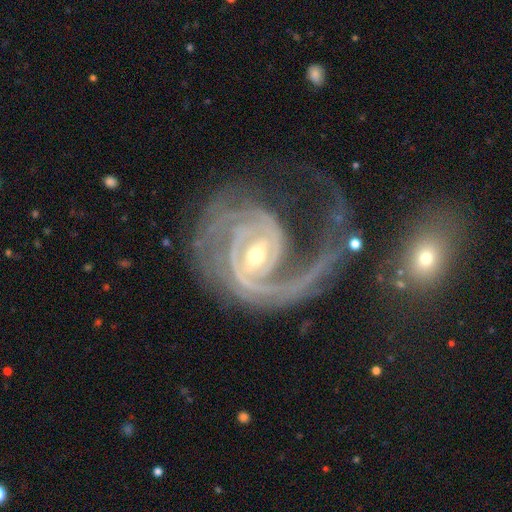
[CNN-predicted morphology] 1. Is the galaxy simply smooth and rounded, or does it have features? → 92% featured or disk, 5% star or artifact, 3% smooth.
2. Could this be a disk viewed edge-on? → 98% no, 2% yes.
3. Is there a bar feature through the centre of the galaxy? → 44% weak, 33% strong, 23% no.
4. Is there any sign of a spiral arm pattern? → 98% yes, 2% no.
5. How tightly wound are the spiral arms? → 50% tight, 39% medium, 11% loose.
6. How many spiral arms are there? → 52% 2, 15% 3, 12% 1, 11% can't tell, 6% 4, 5% more than 4.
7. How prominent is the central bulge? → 49% small, 46% moderate, 3% large, 1% none, 1% dominant.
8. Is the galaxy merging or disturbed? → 40% major disturbance, 36% none, 18% minor disturbance, 7% merger.